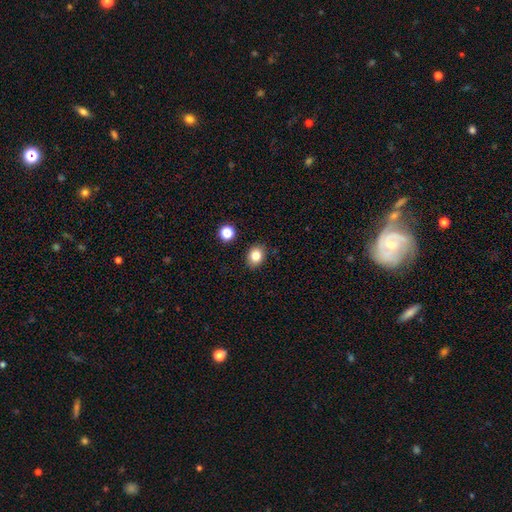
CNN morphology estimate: Smooth or featured: smooth — 83% (star or artifact — 11%)
How rounded: round — 50% (in between — 49%)
Merging: none — 86% (minor disturbance — 9%)